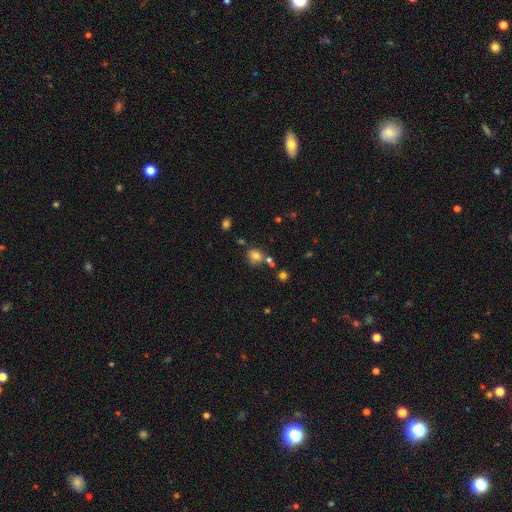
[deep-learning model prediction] Smooth or featured? smooth (76%)
How rounded? round (72%)
Merging? none (65%)